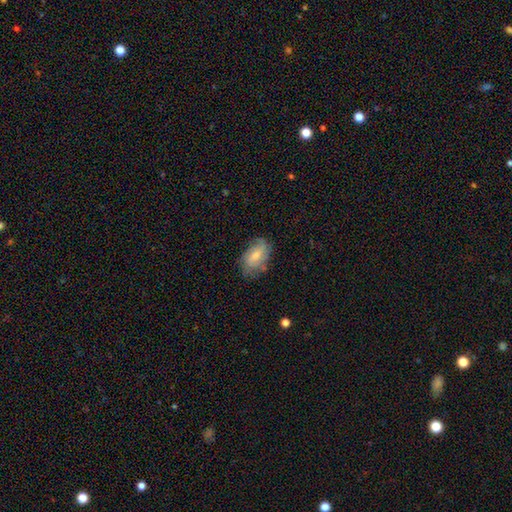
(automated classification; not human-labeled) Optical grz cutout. It shows a featured or disk galaxy (47%). Merging: none (64%).